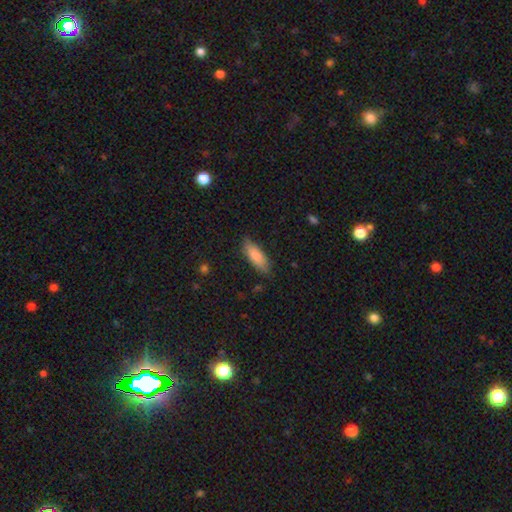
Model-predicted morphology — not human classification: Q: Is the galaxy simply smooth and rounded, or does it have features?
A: smooth — 85%.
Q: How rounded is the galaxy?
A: in between — 66%.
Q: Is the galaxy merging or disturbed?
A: none — 79%.